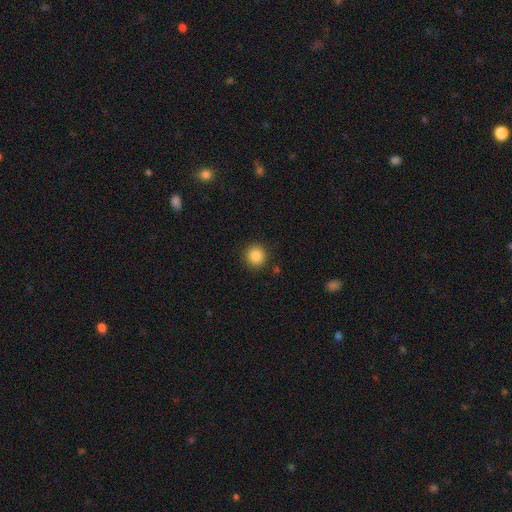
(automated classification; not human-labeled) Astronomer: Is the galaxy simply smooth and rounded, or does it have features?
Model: smooth — 86%.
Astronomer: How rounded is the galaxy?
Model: round — 93%.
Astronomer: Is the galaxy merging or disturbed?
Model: none — 90%.